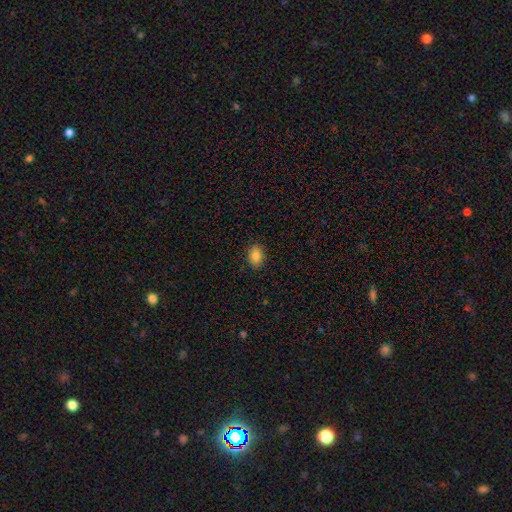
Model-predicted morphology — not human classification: Smooth or featured? Predicted: smooth (p=0.85). How rounded? Predicted: in between (p=0.82). Merging? Predicted: none (p=0.88).